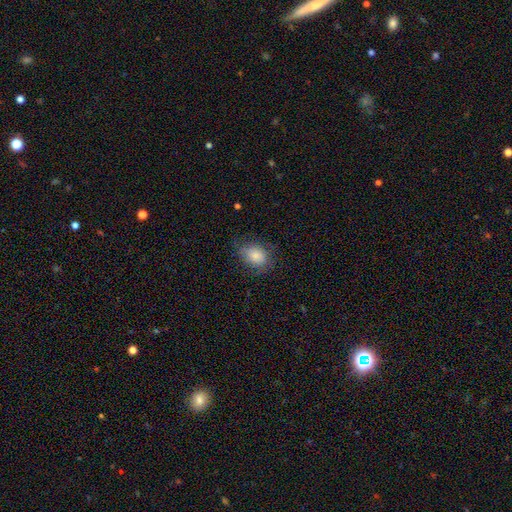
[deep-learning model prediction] Morphology: type=smooth (80%); roundness=in between (58%); merging=none (67%).